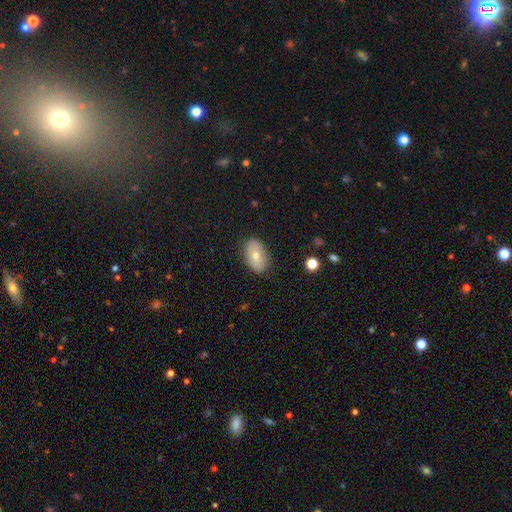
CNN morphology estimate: smooth 70%, featured or disk 23%, star or artifact 7%. Down the decision tree: how rounded — in between (91%); merging — none (85%).